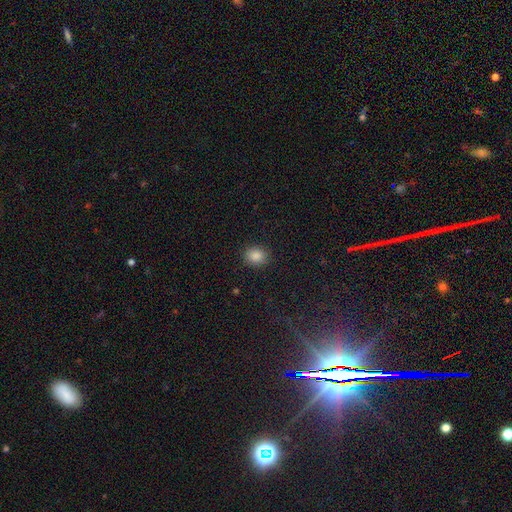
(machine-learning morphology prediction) Smooth or featured? Predicted: smooth (p=0.86). How rounded? Predicted: round (p=0.65). Merging? Predicted: none (p=0.89).